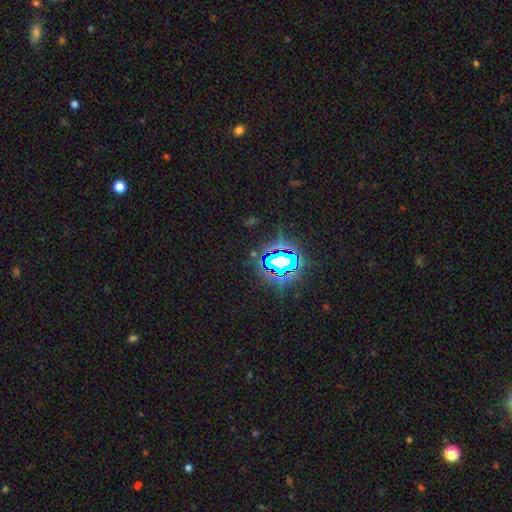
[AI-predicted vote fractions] A star or artifact, not a galaxy (79%).

Vote fractions:
- Smooth or featured? star or artifact: 79% / smooth: 12% / featured or disk: 10%